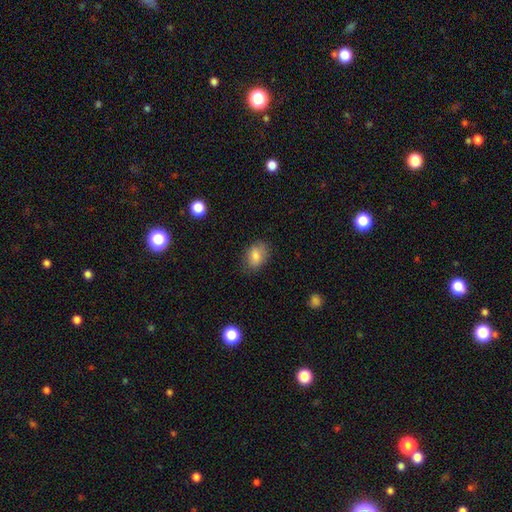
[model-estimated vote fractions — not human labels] smooth_or_featured: smooth (p=0.82) [alt: featured or disk p=0.10]
how_rounded: in between (p=0.78) [alt: round p=0.20]
merging: none (p=0.77) [alt: minor disturbance p=0.18]